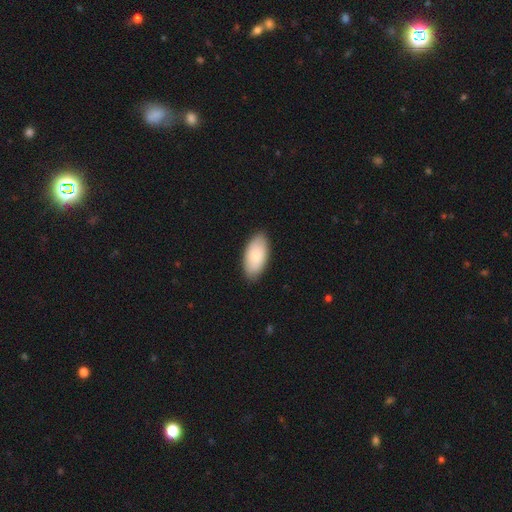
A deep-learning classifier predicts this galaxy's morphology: This is clearly a smooth galaxy (83%). How rounded: clearly in between (95%). Merging: clearly none (87%).